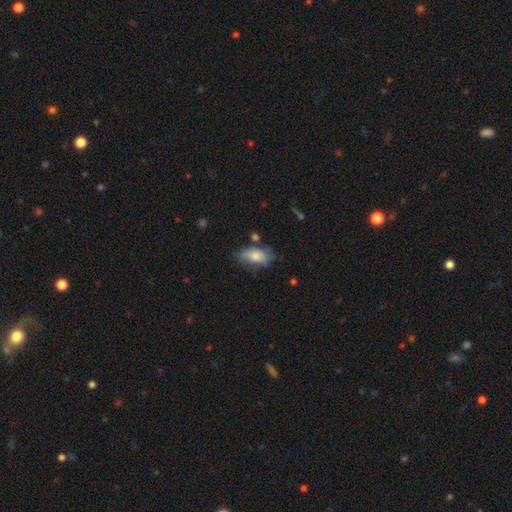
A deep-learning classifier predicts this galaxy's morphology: A smooth galaxy with no disk features (76%) that is in between round and cigar-shaped (91%). Merging: none (56%).